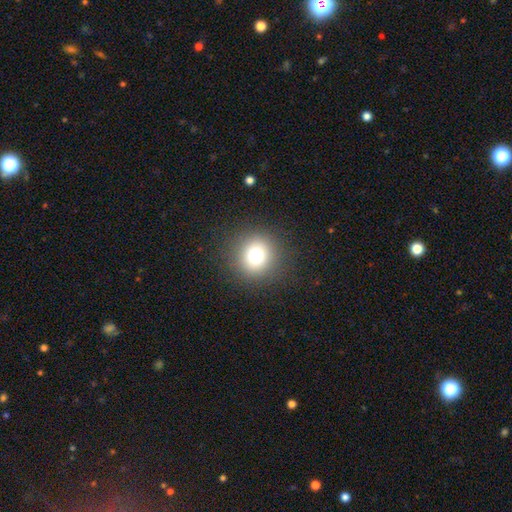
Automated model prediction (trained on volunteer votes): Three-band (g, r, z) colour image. It shows a smooth galaxy with no disk features (76%) that is round (92%). Merging: none (90%).